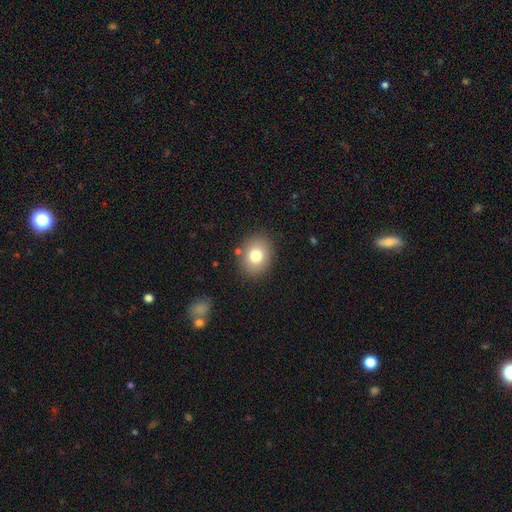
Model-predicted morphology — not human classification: Overall: smooth (77%). How rounded: round (53%; in between 46%). Merging: none (85%).